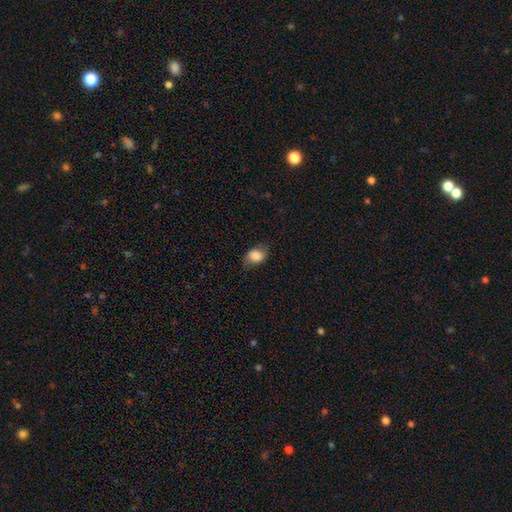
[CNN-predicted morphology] The model was most divided on "how rounded": in between: 71%, round: 28%, cigar-shaped: 1%. More confident: smooth or featured — smooth (83%); merging — none (68%).